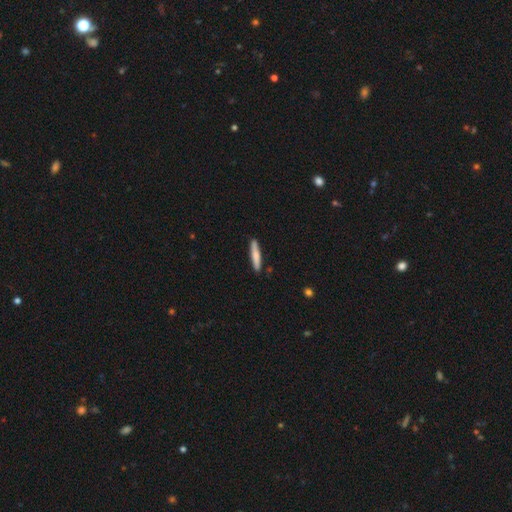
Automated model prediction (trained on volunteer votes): smooth-or-featured: smooth: 74% | featured or disk: 20% | star or artifact: 5%
  how-rounded: cigar-shaped: 92% | in between: 7% | round: 1%
  merging: none: 88% | minor disturbance: 9% | major disturbance: 2% | merger: 2%